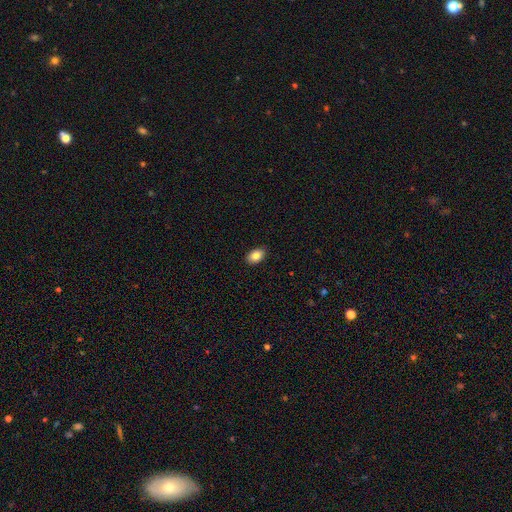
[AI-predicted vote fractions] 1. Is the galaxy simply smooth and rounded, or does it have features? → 86% smooth, 8% star or artifact, 6% featured or disk.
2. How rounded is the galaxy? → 88% in between, 11% round, 1% cigar-shaped.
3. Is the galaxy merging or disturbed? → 89% none, 8% minor disturbance, 2% major disturbance, 1% merger.